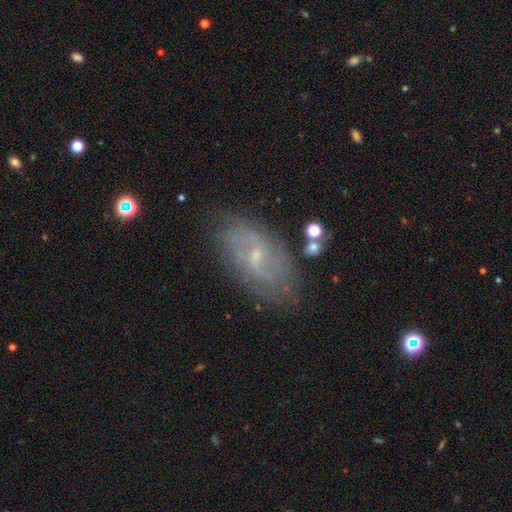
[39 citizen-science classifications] Smooth or featured? featured or disk (69%)
Edge-on disk? no (96%)
Bar? no (54%)
Spiral arms? yes (69%)
Spiral winding? loose (44%)
Spiral arm count? can't tell (56%)
Bulge size? small (77%)
Merging? none (74%)